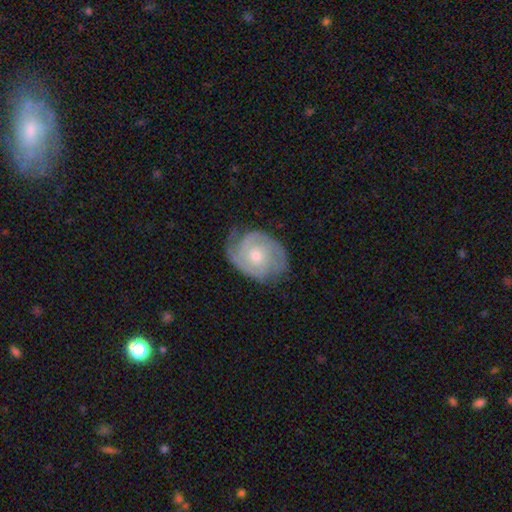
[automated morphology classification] This is clearly a featured or disk galaxy (84%). It is clearly not viewed edge-on (97%). Bar: likely no (73%). Spiral arm pattern: clearly yes (96%). Spiral arm count: possibly 2 (48%). Spiral winding: likely tight (62%). Central bulge: likely moderate (61%). Merging: likely none (71%).